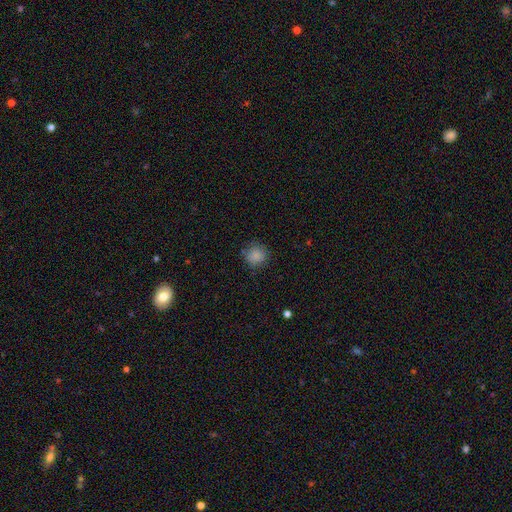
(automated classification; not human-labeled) Q: Smooth or featured?
A: smooth (85%); runner-up: star or artifact (10%)
Q: How rounded?
A: round (90%); runner-up: in between (9%)
Q: Merging?
A: none (83%); runner-up: minor disturbance (13%)